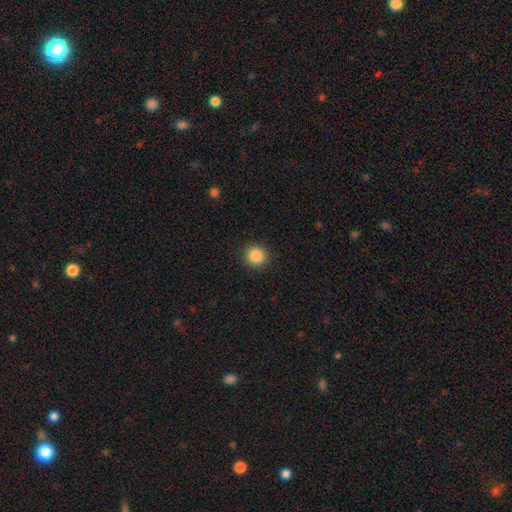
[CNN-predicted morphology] This is clearly a smooth galaxy (87%). How rounded: clearly round (92%). Merging: clearly none (91%).